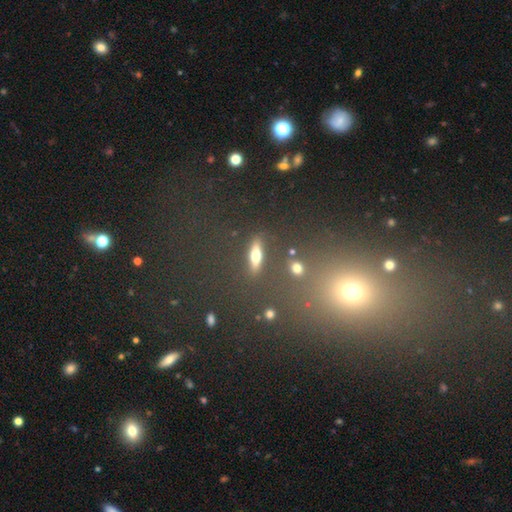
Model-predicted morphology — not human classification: Overall: smooth (61%; featured or disk 23%). How rounded: cigar-shaped (47%; in between 43%). Merging: none (81%).